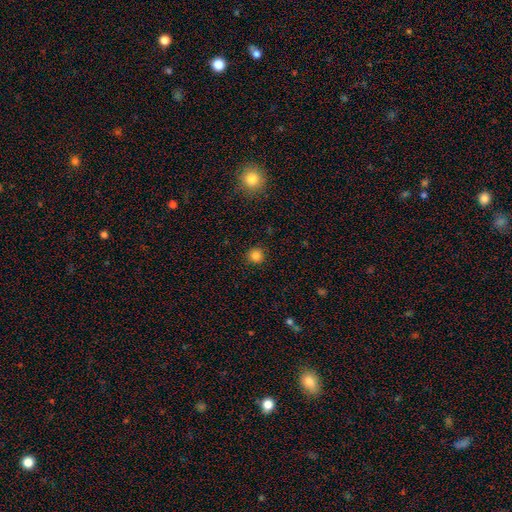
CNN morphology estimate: This appears to be a smooth galaxy with no disk features (84%) that is round (94%). Merging: none (90%).